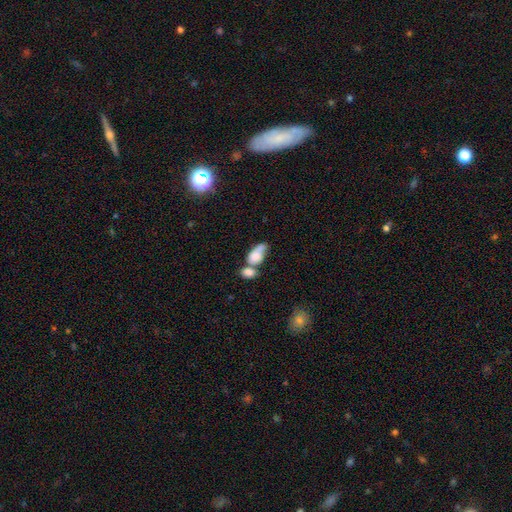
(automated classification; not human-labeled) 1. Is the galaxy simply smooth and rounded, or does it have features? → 73% smooth, 18% featured or disk, 8% star or artifact.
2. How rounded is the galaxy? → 84% in between, 12% round, 4% cigar-shaped.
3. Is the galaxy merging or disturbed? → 62% merger, 17% none, 11% minor disturbance, 10% major disturbance.